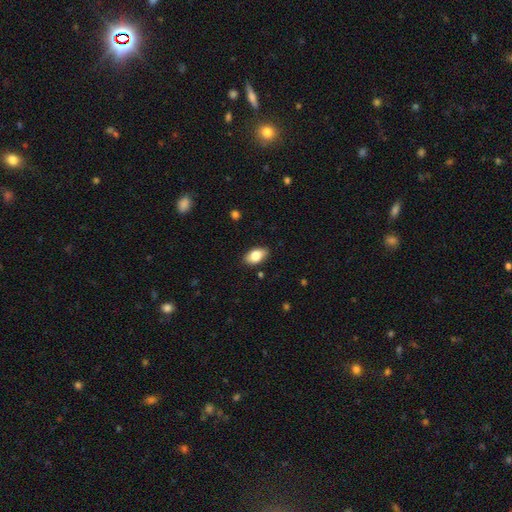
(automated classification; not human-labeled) Smooth or featured? Predicted: smooth (p=0.81). How rounded? Predicted: in between (p=0.92). Merging? Predicted: none (p=0.86).